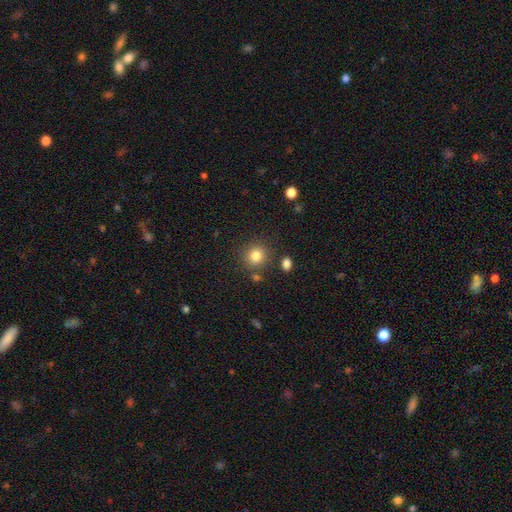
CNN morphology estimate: This appears to be a smooth galaxy with no disk features (82%) that is round (86%). Merging: none (82%).